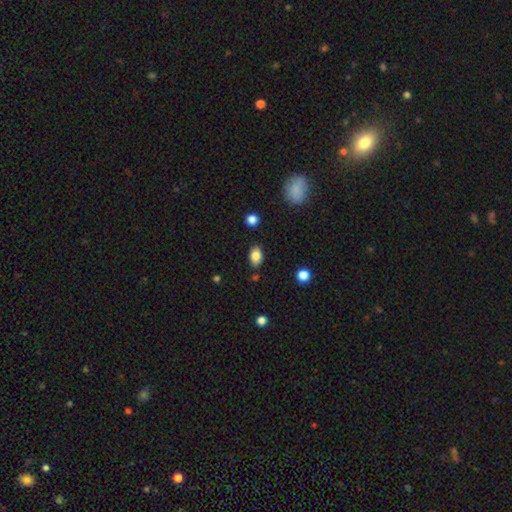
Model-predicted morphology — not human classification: This appears to be a smooth galaxy with no disk features (83%) that is in between round and cigar-shaped (87%). Merging: none (83%).